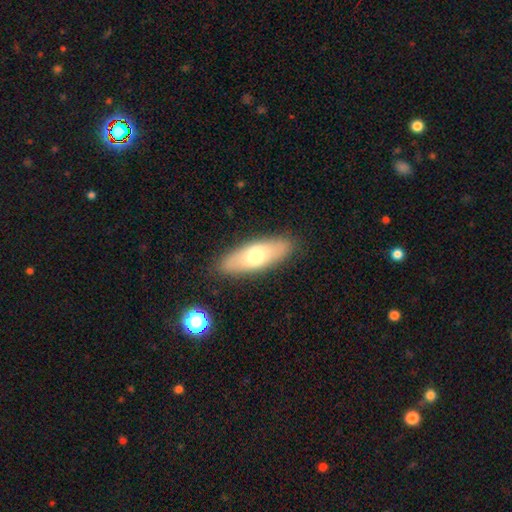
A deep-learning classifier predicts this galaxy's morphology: Smooth or featured?
  - smooth: 64% *
  - featured or disk: 30%
  - star or artifact: 6%
How rounded?
  - in between: 67% *
  - cigar-shaped: 30%
  - round: 3%
Merging?
  - none: 87% *
  - minor disturbance: 10%
  - major disturbance: 2%
  - merger: 1%